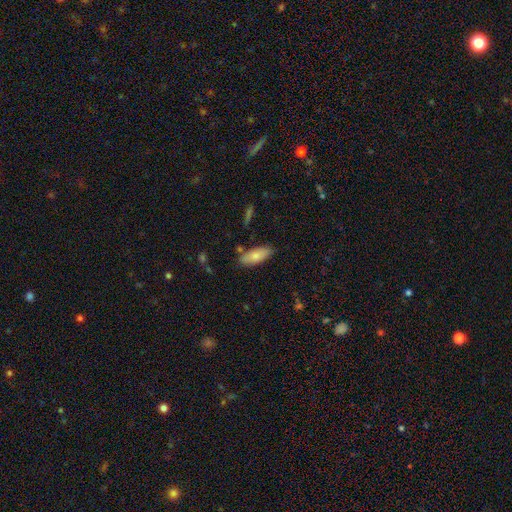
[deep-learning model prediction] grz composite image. It shows a smooth galaxy with no disk features (77%) that is in between round and cigar-shaped (80%). Merging: none (78%).